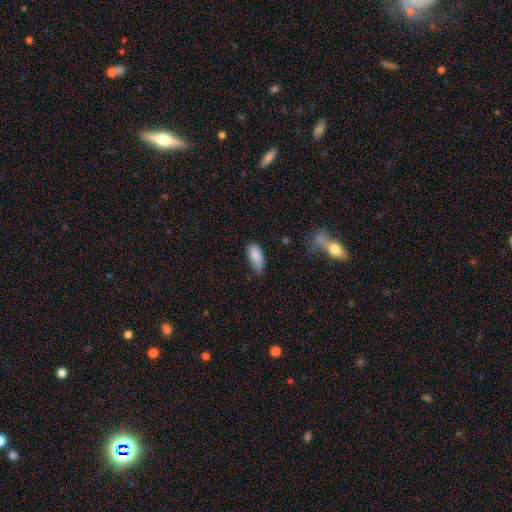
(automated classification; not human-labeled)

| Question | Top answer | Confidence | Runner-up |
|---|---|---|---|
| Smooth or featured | smooth | 87% | star or artifact (7%) |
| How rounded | in between | 89% | cigar-shaped (9%) |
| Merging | none | 63% | minor disturbance (29%) |